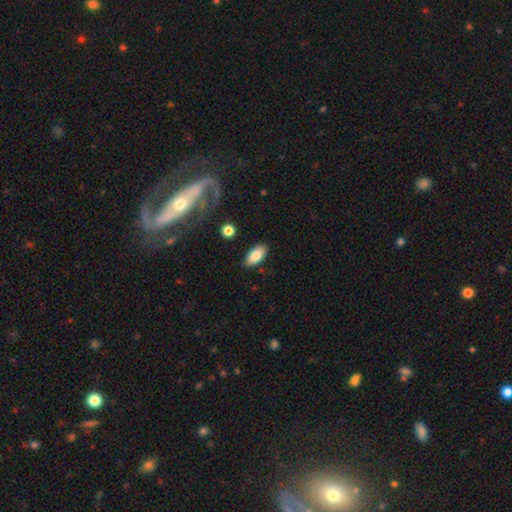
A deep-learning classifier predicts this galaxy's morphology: This appears to be a smooth galaxy with no disk features (81%) that is in between round and cigar-shaped (92%). Merging: none (87%).